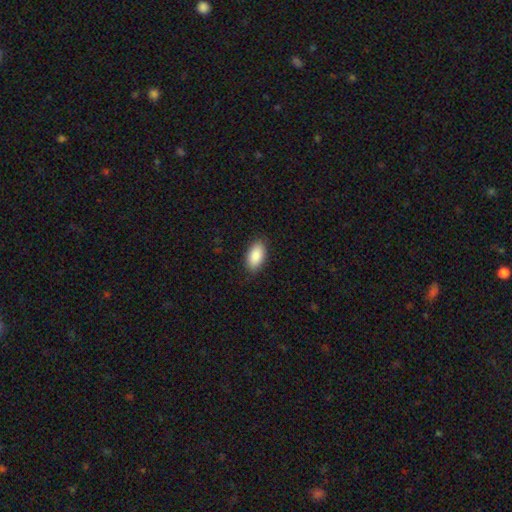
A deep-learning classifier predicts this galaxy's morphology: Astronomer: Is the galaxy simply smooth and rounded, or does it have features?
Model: smooth — 90%.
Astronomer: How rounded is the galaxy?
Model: in between — 94%.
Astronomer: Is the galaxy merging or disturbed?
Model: none — 88%.